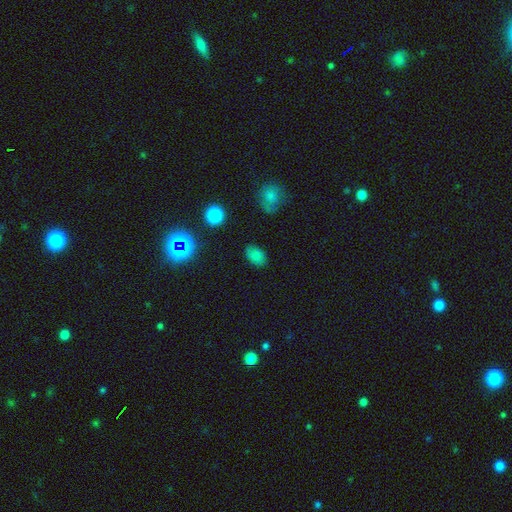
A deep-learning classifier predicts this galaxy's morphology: Q: Smooth or featured?
A: smooth (77%); runner-up: star or artifact (16%)
Q: How rounded?
A: in between (84%); runner-up: round (14%)
Q: Merging?
A: none (81%); runner-up: minor disturbance (13%)